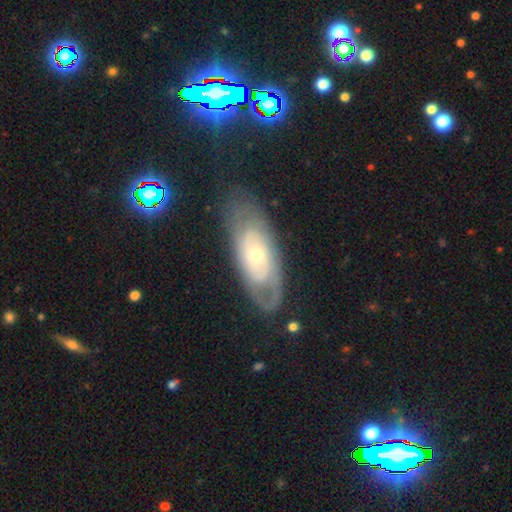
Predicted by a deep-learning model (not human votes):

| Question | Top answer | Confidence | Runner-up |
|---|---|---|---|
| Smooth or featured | featured or disk | 71% | smooth (22%) |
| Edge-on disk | no | 88% | yes (12%) |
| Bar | no | 80% | weak (16%) |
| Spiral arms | yes | 71% | no (29%) |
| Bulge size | small | 48% | moderate (47%) |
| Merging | none | 69% | minor disturbance (19%) |